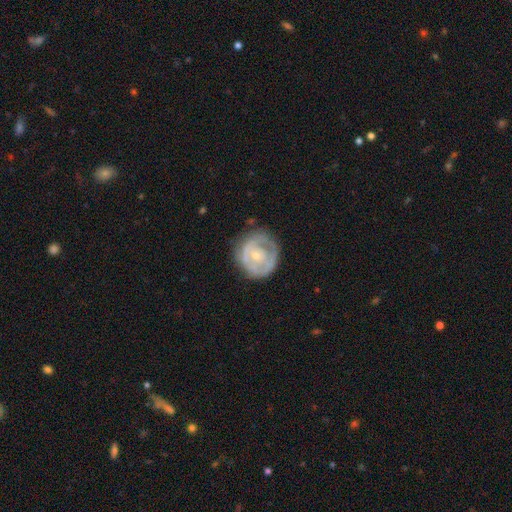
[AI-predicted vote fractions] Q: Smooth or featured?
A: featured or disk (65%); runner-up: smooth (30%)
Q: Edge-on disk?
A: no (97%); runner-up: yes (3%)
Q: Bar?
A: no (79%); runner-up: weak (17%)
Q: Spiral arms?
A: yes (53%); runner-up: no (47%)
Q: Bulge size?
A: small (64%); runner-up: moderate (31%)
Q: Merging?
A: none (64%); runner-up: minor disturbance (23%)